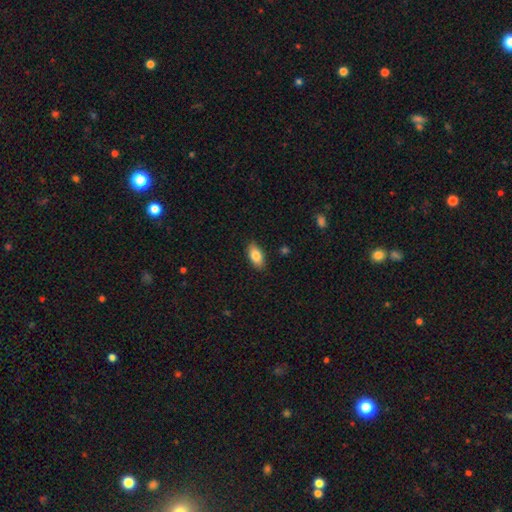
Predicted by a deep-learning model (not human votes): Smooth or featured? smooth (84%)
How rounded? in between (90%)
Merging? none (87%)